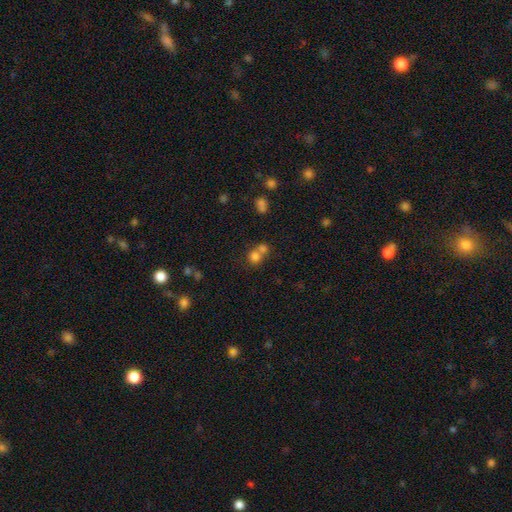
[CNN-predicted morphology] Smooth or featured?
  - smooth: 75% *
  - star or artifact: 15%
  - featured or disk: 11%
How rounded?
  - round: 82% *
  - in between: 17%
  - cigar-shaped: 1%
Merging?
  - merger: 51% *
  - none: 39%
  - minor disturbance: 6%
  - major disturbance: 3%